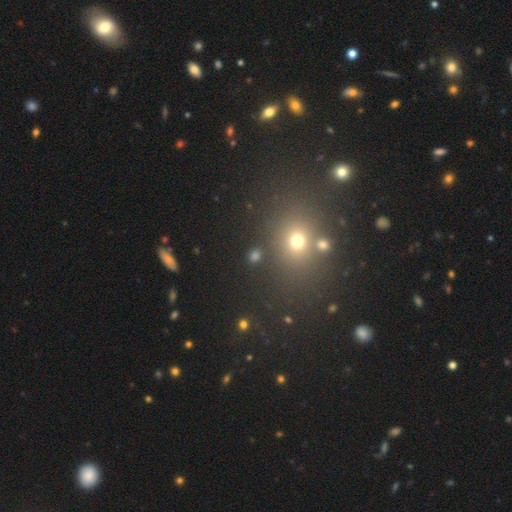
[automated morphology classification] Q: Smooth or featured?
A: smooth (58%); runner-up: star or artifact (32%)
Q: How rounded?
A: round (63%); runner-up: in between (34%)
Q: Merging?
A: none (79%); runner-up: minor disturbance (9%)